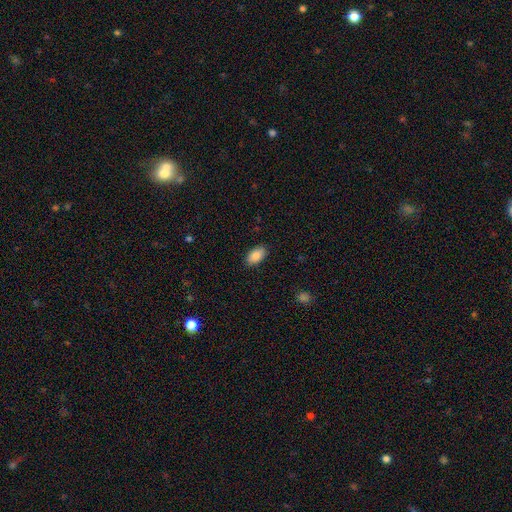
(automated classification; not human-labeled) smooth_or_featured: smooth (p=0.88) [alt: star or artifact p=0.07]
how_rounded: in between (p=0.94) [alt: round p=0.04]
merging: none (p=0.88) [alt: minor disturbance p=0.09]